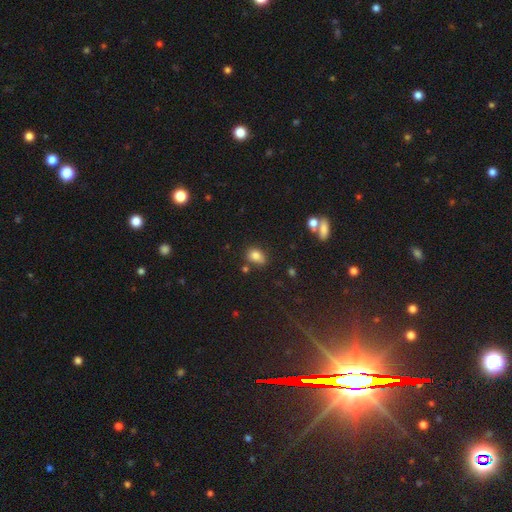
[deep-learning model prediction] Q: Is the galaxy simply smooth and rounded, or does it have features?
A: smooth — 80%.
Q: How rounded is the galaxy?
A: in between — 72%.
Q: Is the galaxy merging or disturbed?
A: none — 67%.